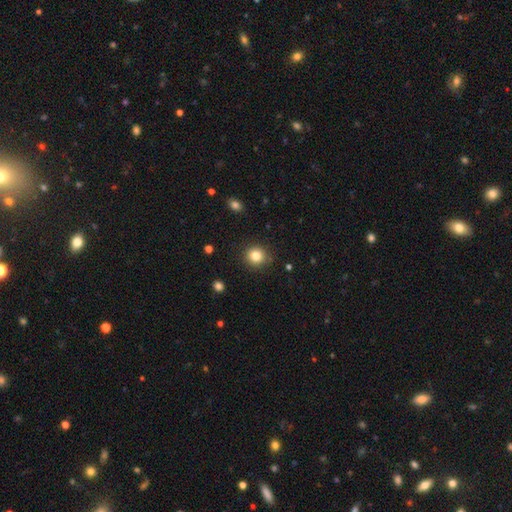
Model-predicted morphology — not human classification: Smooth or featured: smooth — 82% (star or artifact — 12%)
How rounded: round — 90% (in between — 9%)
Merging: none — 88% (minor disturbance — 8%)